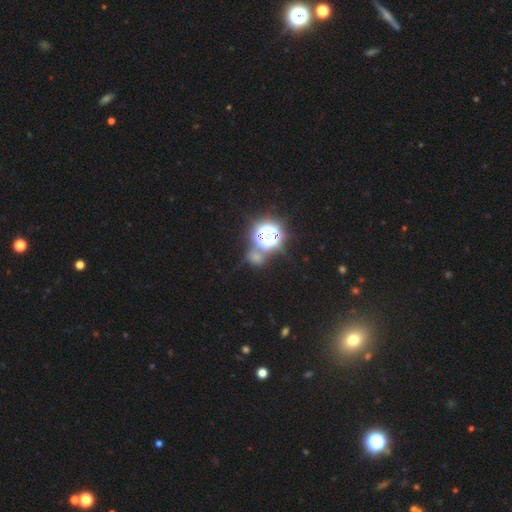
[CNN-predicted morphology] This appears to be a star or artifact, not a galaxy (65%).